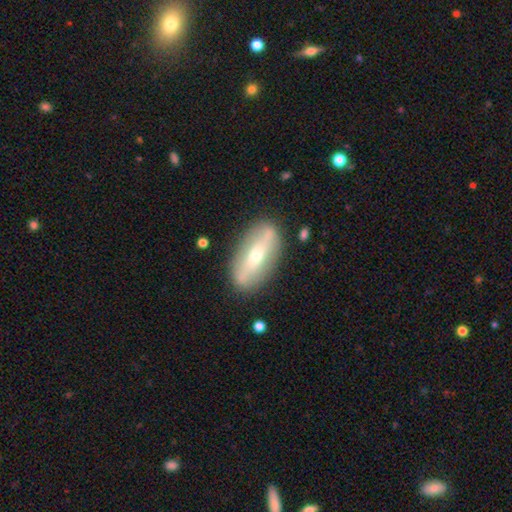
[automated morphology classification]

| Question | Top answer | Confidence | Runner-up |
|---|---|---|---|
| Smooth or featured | featured or disk | 59% | smooth (35%) |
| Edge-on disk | no | 62% | yes (38%) |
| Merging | none | 82% | minor disturbance (12%) |